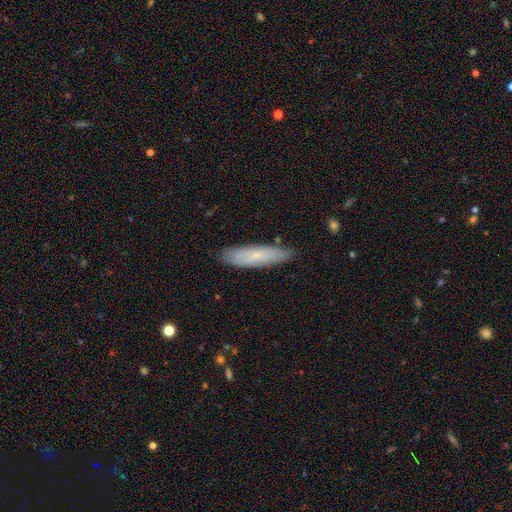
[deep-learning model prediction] smooth_or_featured: smooth (p=0.60) [alt: featured or disk p=0.34]
how_rounded: cigar-shaped (p=0.72) [alt: in between p=0.27]
merging: none (p=0.84) [alt: minor disturbance p=0.13]